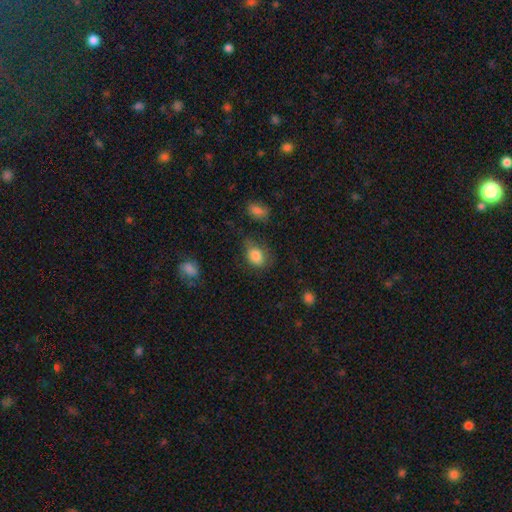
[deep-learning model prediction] Morphology: type=smooth (83%); roundness=in between (68%); merging=none (50%).